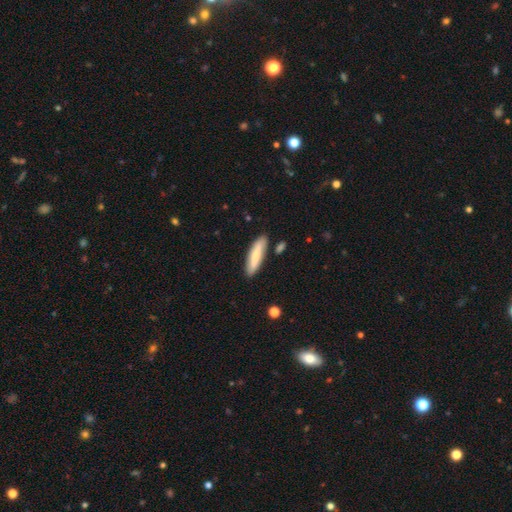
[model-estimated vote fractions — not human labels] The model was most divided on "how rounded": cigar-shaped: 72%, in between: 27%, round: 1%. More confident: merging — none (83%); smooth or featured — smooth (75%).